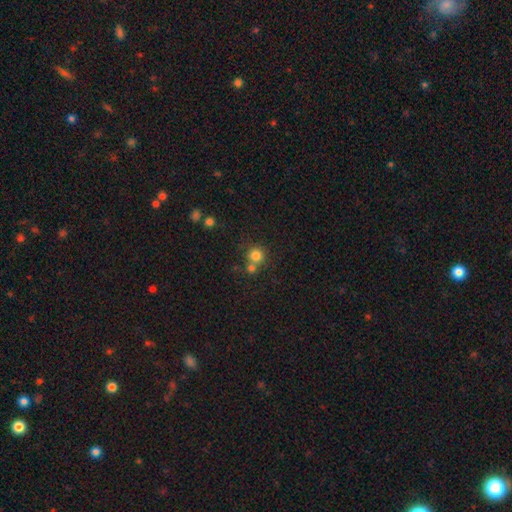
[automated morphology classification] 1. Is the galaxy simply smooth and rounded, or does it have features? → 80% smooth, 13% star or artifact, 7% featured or disk.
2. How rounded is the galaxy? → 91% round, 8% in between, 1% cigar-shaped.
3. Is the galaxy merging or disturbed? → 58% none, 31% merger, 8% minor disturbance, 3% major disturbance.